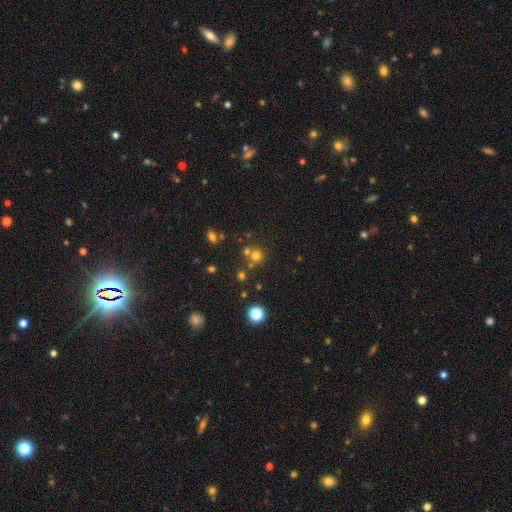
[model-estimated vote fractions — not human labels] Overall: smooth (67%). How rounded: round (89%). Merging: none (58%; merger 30%).